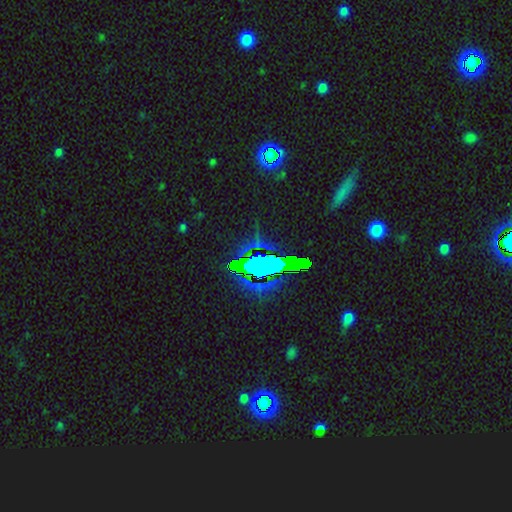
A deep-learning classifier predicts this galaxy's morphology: Smooth or featured?
  - star or artifact: 75% *
  - smooth: 13%
  - featured or disk: 12%